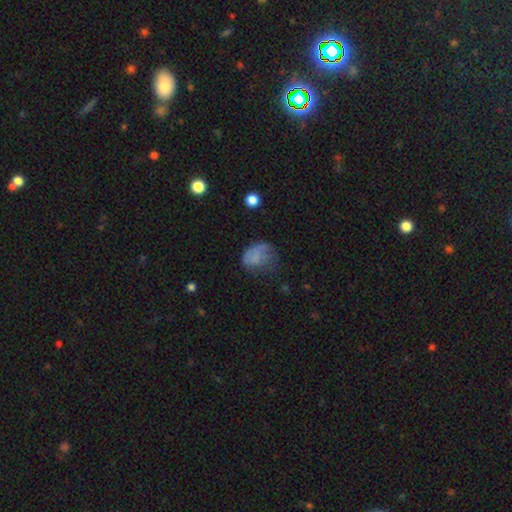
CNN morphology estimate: This appears to be a smooth galaxy with no disk features (64%) that is in between round and cigar-shaped (62%). Merging: major disturbance (38%).